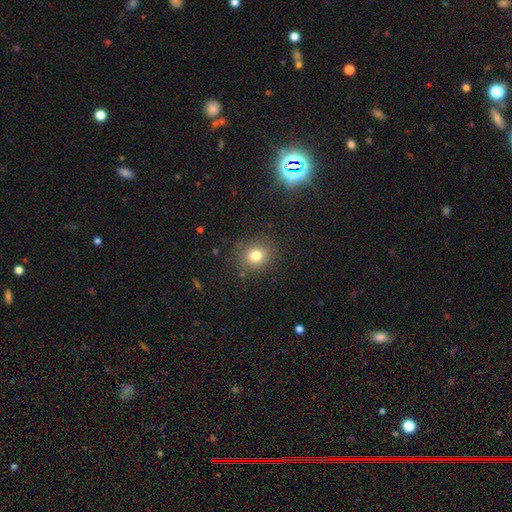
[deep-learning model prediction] Smooth or featured? smooth (78%)
How rounded? round (78%)
Merging? none (85%)